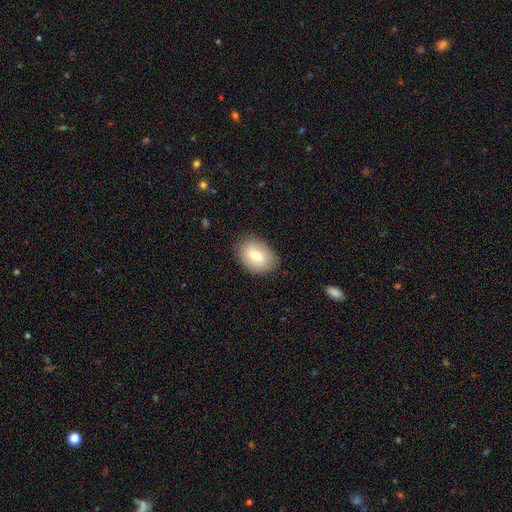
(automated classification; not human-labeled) Smooth or featured? Predicted: smooth (p=0.72). How rounded? Predicted: in between (p=0.82). Merging? Predicted: none (p=0.86).